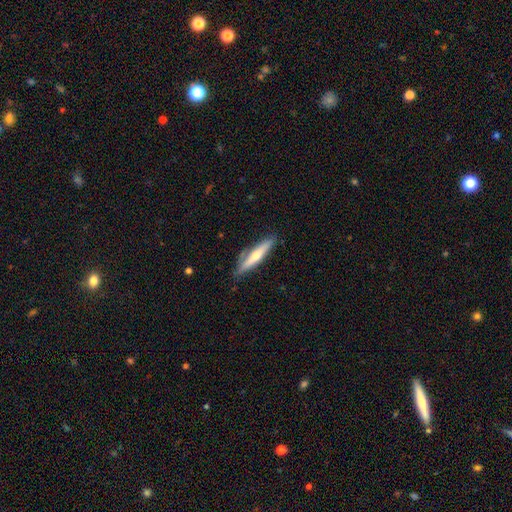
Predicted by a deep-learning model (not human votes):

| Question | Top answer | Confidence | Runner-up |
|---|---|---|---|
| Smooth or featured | featured or disk | 50% | smooth (45%) |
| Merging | none | 81% | minor disturbance (13%) |